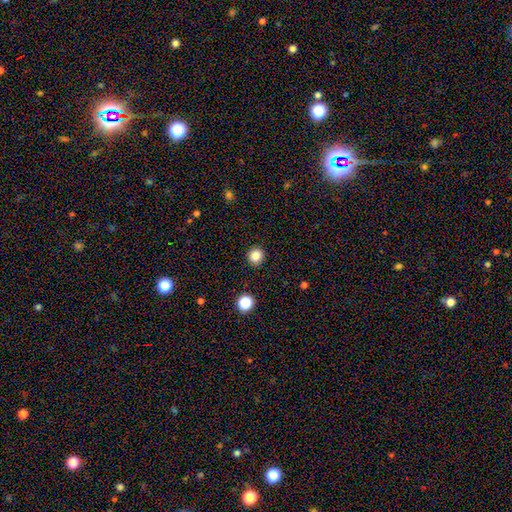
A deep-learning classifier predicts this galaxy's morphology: This is clearly a smooth galaxy (85%). How rounded: clearly round (90%). Merging: clearly none (92%).